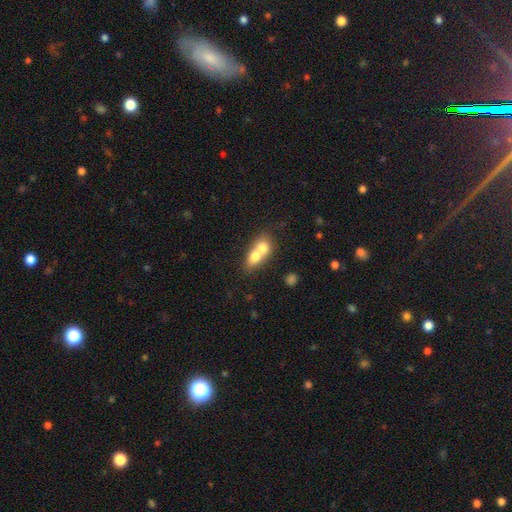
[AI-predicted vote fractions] A smooth galaxy with no disk features (69%) that is in between round and cigar-shaped (63%).

Vote fractions:
- Smooth or featured? smooth: 69% / featured or disk: 23% / star or artifact: 8%
- How rounded? in between: 63% / round: 33% / cigar-shaped: 4%
- Merging? merger: 74% / none: 18% / minor disturbance: 5% / major disturbance: 3%